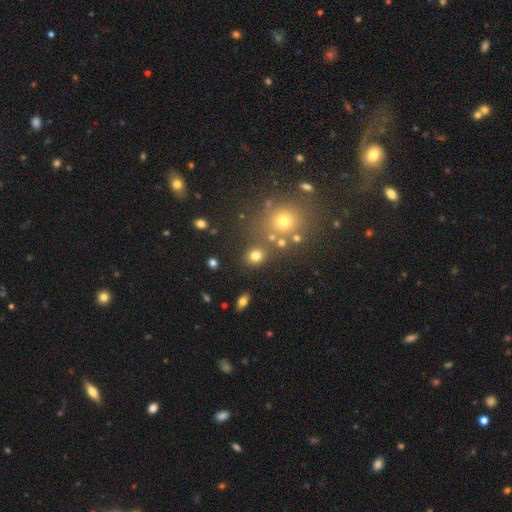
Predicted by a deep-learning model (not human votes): This is likely a smooth galaxy (75%). How rounded: likely round (76%). Merging: likely none (77%).